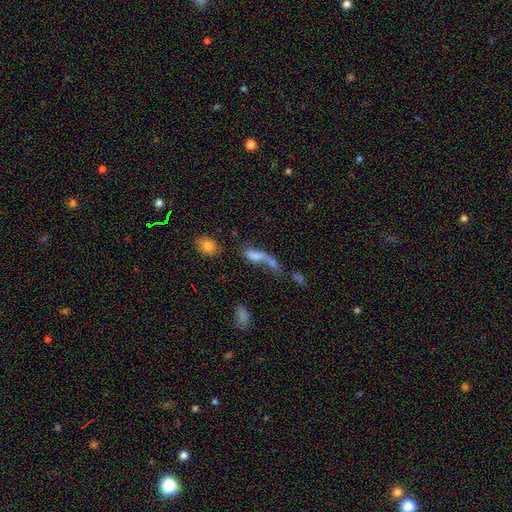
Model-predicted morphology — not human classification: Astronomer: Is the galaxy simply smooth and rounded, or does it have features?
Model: smooth — 61%.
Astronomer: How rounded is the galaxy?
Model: in between — 64%.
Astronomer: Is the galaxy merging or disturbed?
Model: merger — 56%.